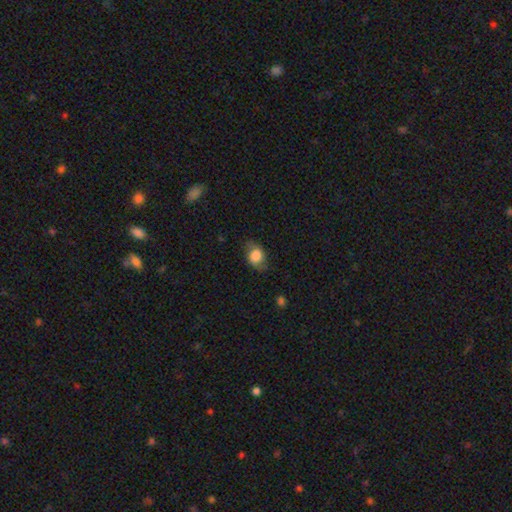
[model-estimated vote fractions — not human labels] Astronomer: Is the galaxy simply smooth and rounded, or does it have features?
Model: smooth — 68%.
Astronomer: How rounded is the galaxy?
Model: in between — 71%.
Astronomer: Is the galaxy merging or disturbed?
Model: none — 70%.